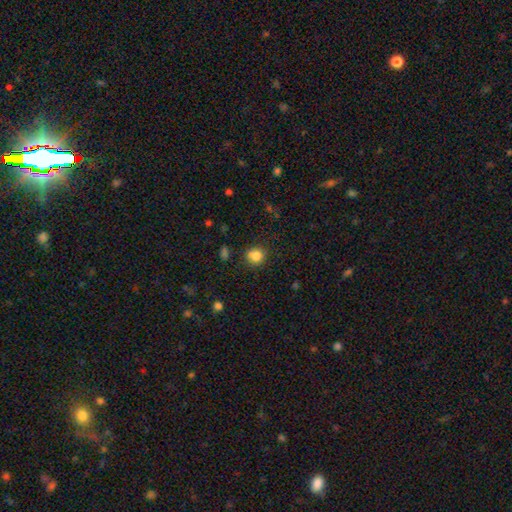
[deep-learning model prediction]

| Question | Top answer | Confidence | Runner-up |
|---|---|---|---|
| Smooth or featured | smooth | 85% | star or artifact (11%) |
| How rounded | round | 84% | in between (15%) |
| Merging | none | 84% | minor disturbance (11%) |